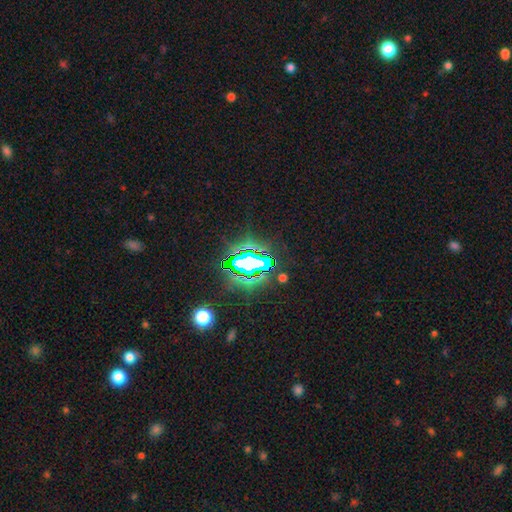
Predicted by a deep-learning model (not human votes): Overall: star or artifact (82%).